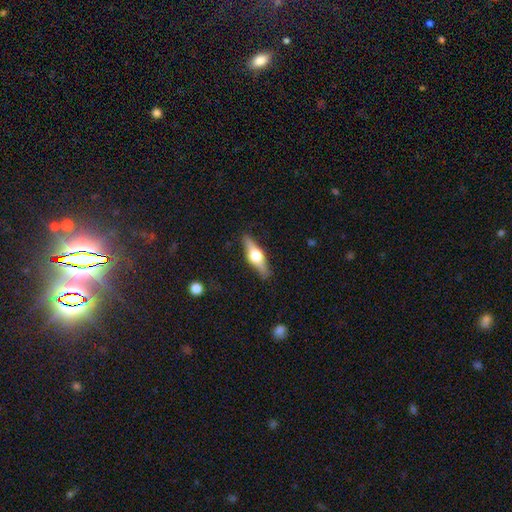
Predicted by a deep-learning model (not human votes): Overall: featured or disk (67%; smooth 27%). Edge-on disk: yes (96%). Edge-on bulge: rounded (95%). Merging: none (87%).